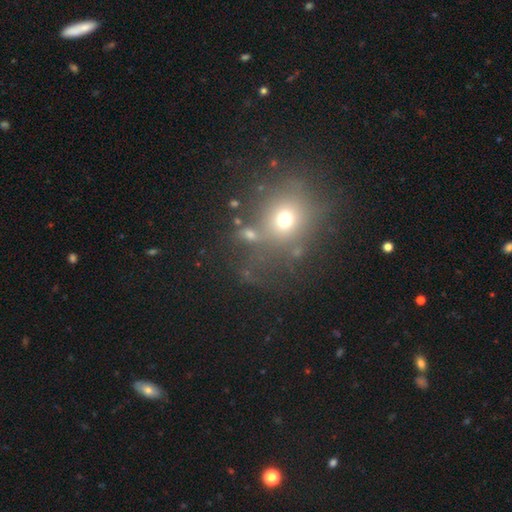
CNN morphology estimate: Overall: smooth (48%; star or artifact 39%). Merging: none (73%).